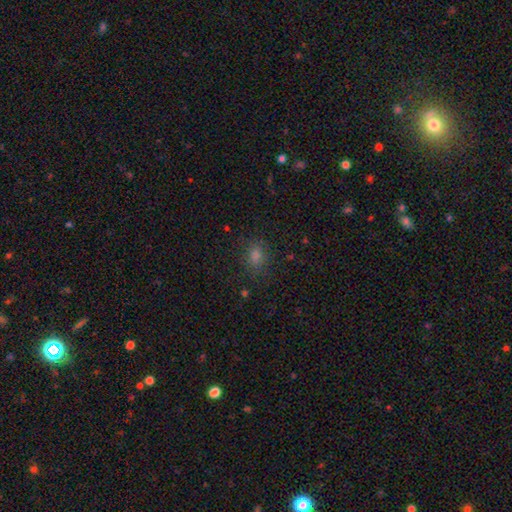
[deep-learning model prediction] The model was most divided on "how rounded": round: 51%, in between: 48%, cigar-shaped: 1%. More confident: merging — none (83%); smooth or featured — smooth (72%).